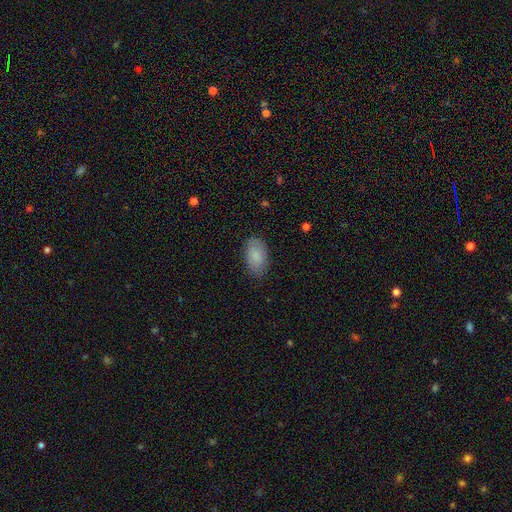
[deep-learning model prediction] A smooth galaxy with no disk features (87%) that is in between round and cigar-shaped (94%). Merging: none (83%).